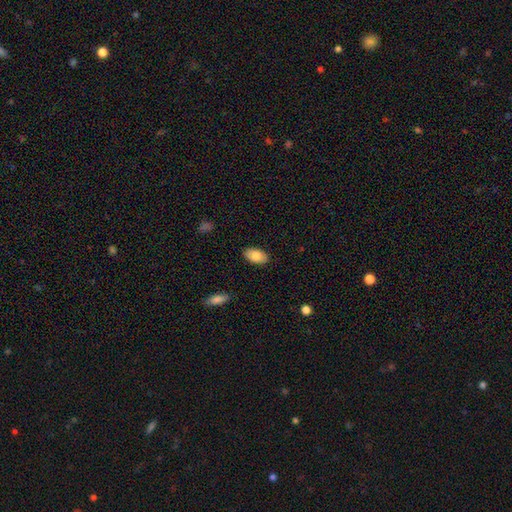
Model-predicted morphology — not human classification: A smooth galaxy with no disk features (82%) that is in between round and cigar-shaped (94%). Merging: none (87%).